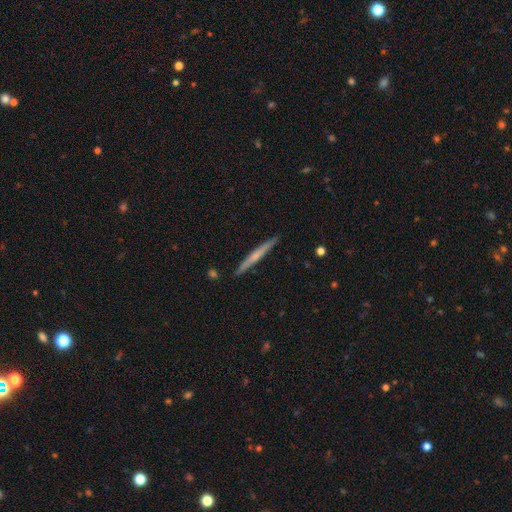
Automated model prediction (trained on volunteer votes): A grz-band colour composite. It shows a featured or disk galaxy (51%) viewed edge-on (97%) with no central bulge (58%). Merging: none (91%).